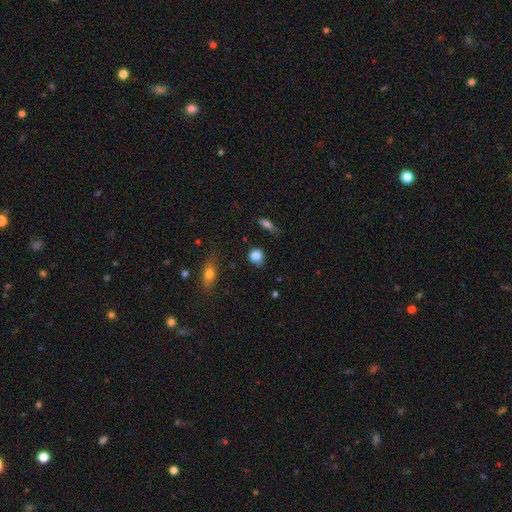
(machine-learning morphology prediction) This appears to be a smooth galaxy with no disk features (83%) that is round (78%). Merging: none (69%).